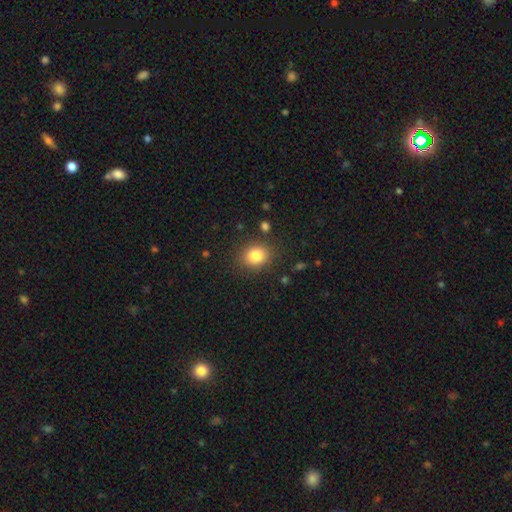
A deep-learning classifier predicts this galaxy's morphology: Smooth or featured? Predicted: smooth (p=0.84). How rounded? Predicted: round (p=0.62). Merging? Predicted: none (p=0.85).